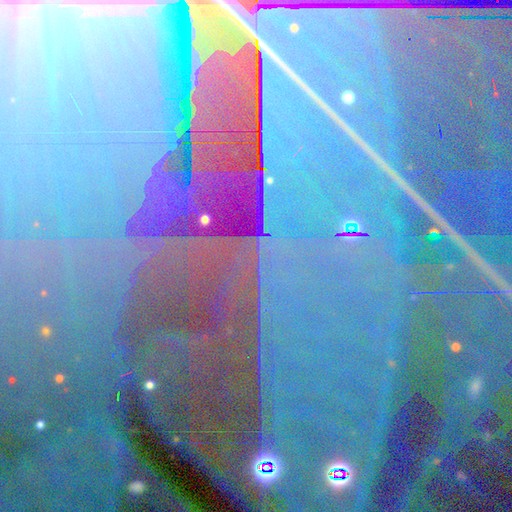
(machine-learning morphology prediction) star or artifact 89%, featured or disk 7%, smooth 5%.